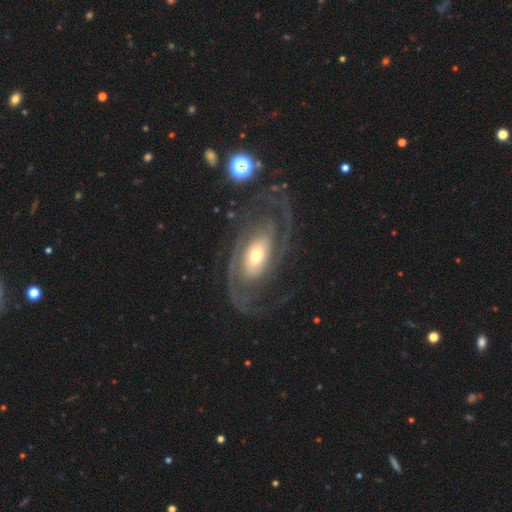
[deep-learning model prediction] Morphology: type=featured or disk (89%); edge-on=no (96%); bar=no (58%); spiral arms=yes (96%); winding=medium (44%); arm count=2 (74%); bulge=moderate (54%); merging=none (68%).